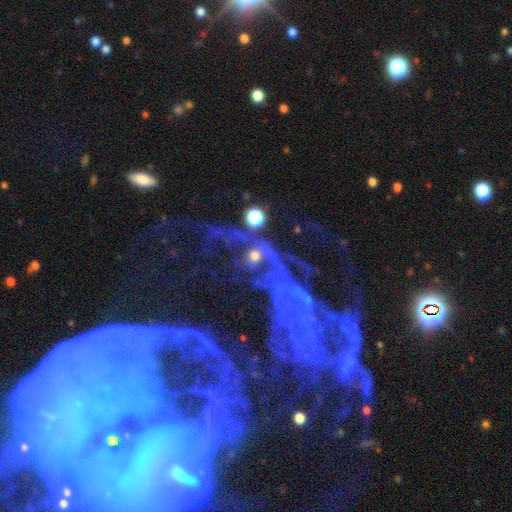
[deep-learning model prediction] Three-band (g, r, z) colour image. It shows a featured or disk galaxy (45%). Merging: none (47%).